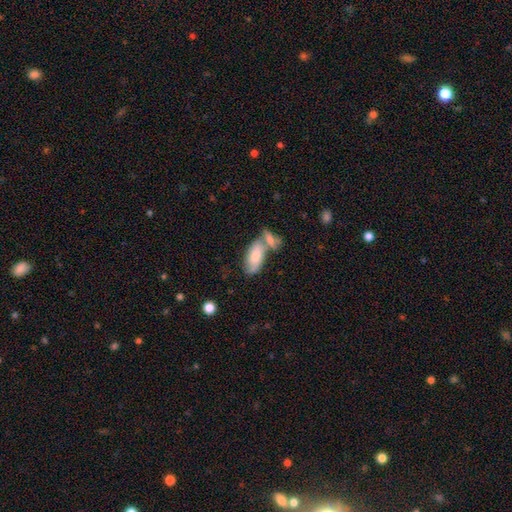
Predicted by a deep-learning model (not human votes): A smooth galaxy with no disk features (71%) that is in between round and cigar-shaped (88%). Merging: merger (50%).